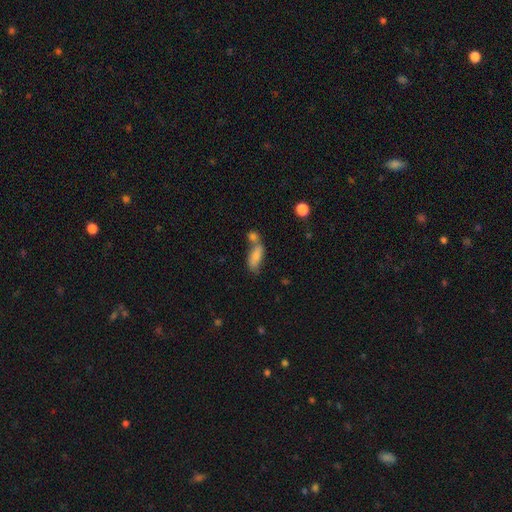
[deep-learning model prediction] smooth_or_featured: smooth (p=0.78) [alt: featured or disk p=0.13]
how_rounded: in between (p=0.77) [alt: cigar-shaped p=0.20]
merging: merger (p=0.47) [alt: none p=0.33]